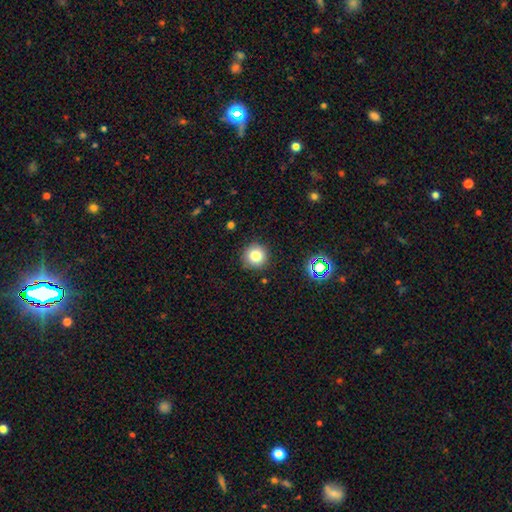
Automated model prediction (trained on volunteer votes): The model was most divided on "smooth or featured": smooth: 78%, star or artifact: 15%, featured or disk: 8%. More confident: how rounded — round (95%); merging — none (89%).